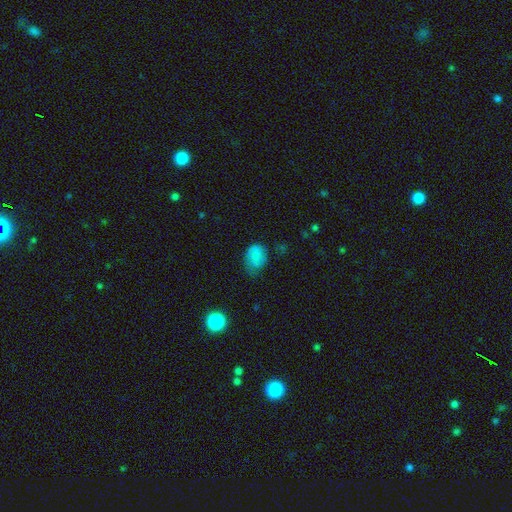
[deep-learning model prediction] The model was most divided on "merging": none: 48%, minor disturbance: 36%, major disturbance: 14%, merger: 2%. More confident: smooth or featured — smooth (76%); how rounded — in between (72%).